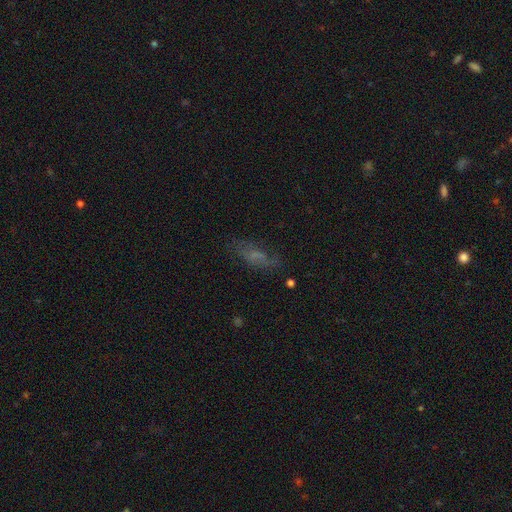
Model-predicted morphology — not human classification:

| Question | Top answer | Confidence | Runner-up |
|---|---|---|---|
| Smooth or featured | smooth | 44% | featured or disk (37%) |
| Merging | none | 57% | minor disturbance (22%) |